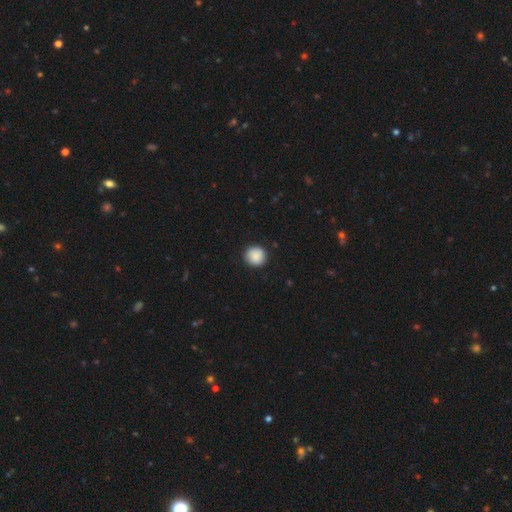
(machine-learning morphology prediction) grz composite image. It shows a smooth galaxy with no disk features (90%) that is round (93%). Merging: none (91%).